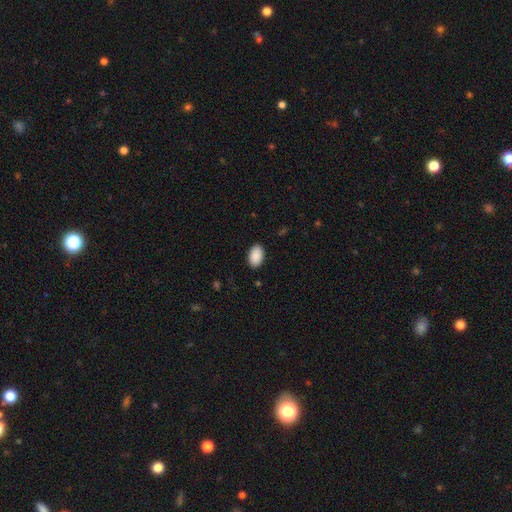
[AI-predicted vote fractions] A smooth galaxy with no disk features (91%) that is in between round and cigar-shaped (92%). Merging: none (89%).